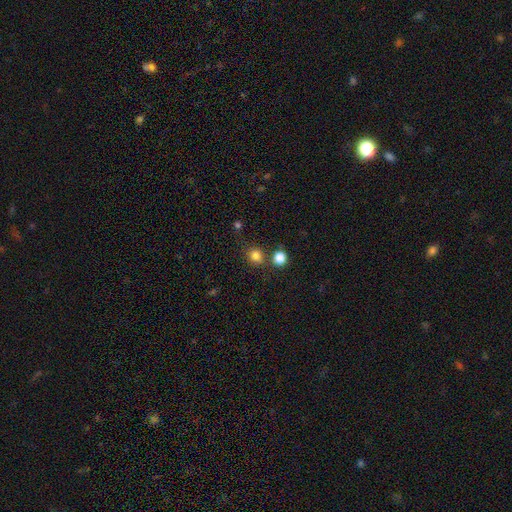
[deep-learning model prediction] smooth-or-featured: smooth: 81% | star or artifact: 14% | featured or disk: 5%
  how-rounded: round: 81% | in between: 18% | cigar-shaped: 1%
  merging: none: 71% | merger: 15% | minor disturbance: 10% | major disturbance: 4%